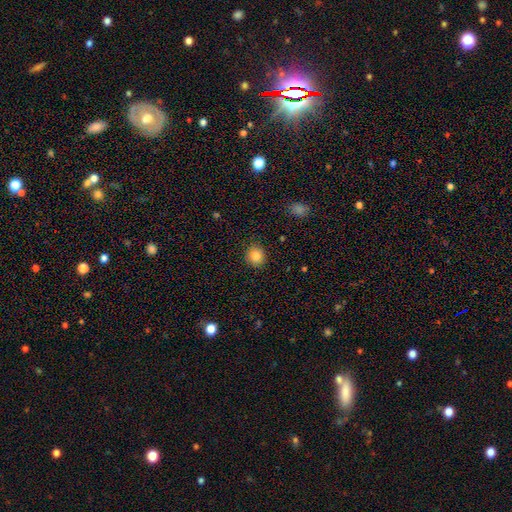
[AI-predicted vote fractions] Smooth or featured? Predicted: smooth (p=0.84). How rounded? Predicted: round (p=0.80). Merging? Predicted: none (p=0.89).